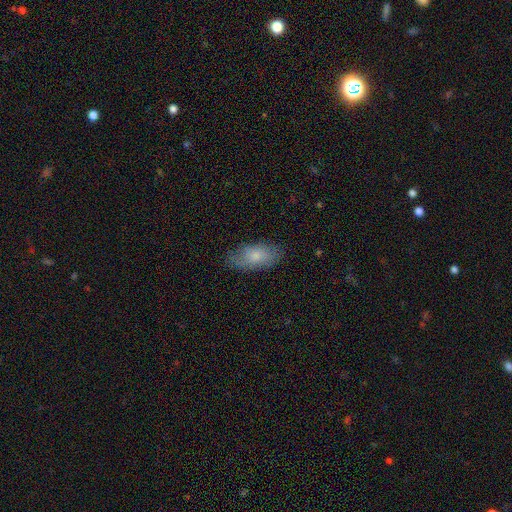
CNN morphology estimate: Smooth or featured? smooth (75%)
How rounded? in between (88%)
Merging? none (78%)